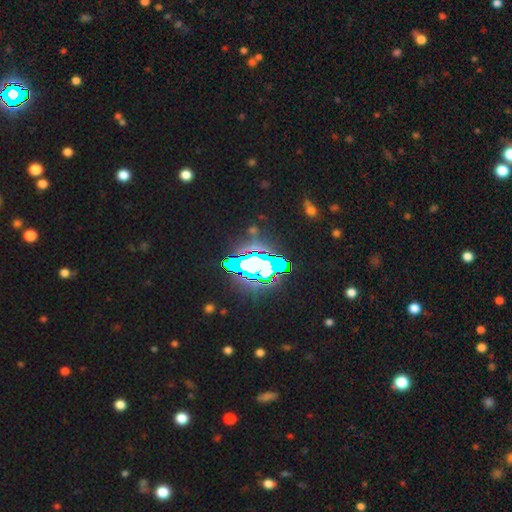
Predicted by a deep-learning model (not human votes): A star or artifact, not a galaxy (68%).

Vote fractions:
- Smooth or featured? star or artifact: 68% / smooth: 16% / featured or disk: 16%